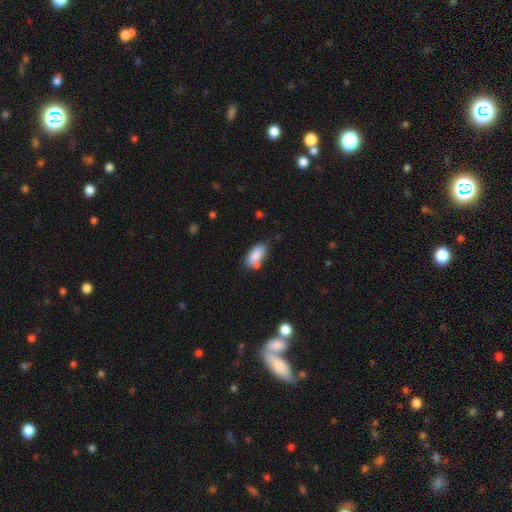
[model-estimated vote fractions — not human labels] Smooth or featured: smooth — 81% (featured or disk — 12%)
How rounded: in between — 91% (cigar-shaped — 6%)
Merging: none — 59% (minor disturbance — 22%)